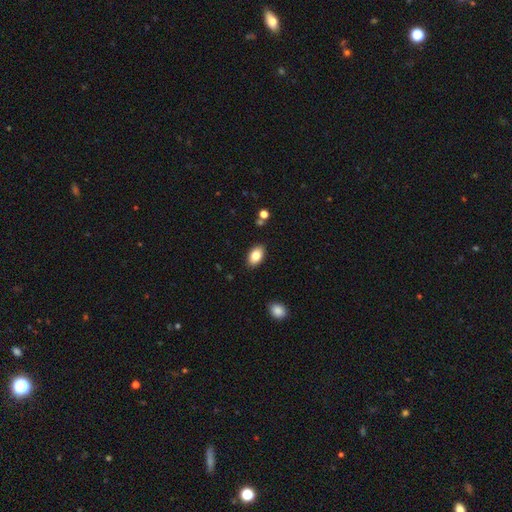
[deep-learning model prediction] A smooth galaxy with no disk features (83%) that is in between round and cigar-shaped (92%). Merging: none (87%).